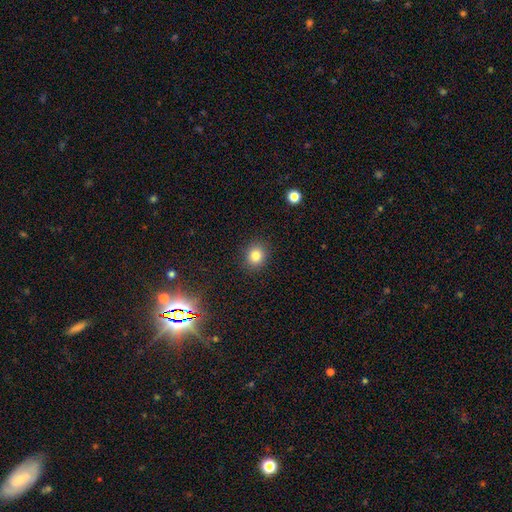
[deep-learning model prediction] A smooth galaxy with no disk features (83%) that is round (75%).

Vote fractions:
- Smooth or featured? smooth: 83% / star or artifact: 11% / featured or disk: 6%
- How rounded? round: 75% / in between: 24% / cigar-shaped: 1%
- Merging? none: 89% / minor disturbance: 7% / major disturbance: 2% / merger: 1%